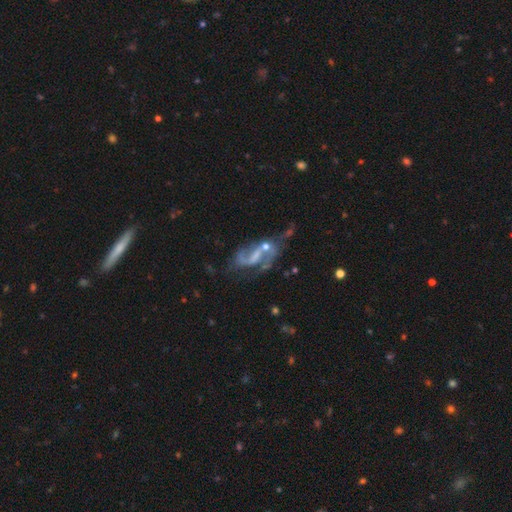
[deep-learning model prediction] smooth-or-featured: featured or disk: 77% | smooth: 12% | star or artifact: 10%
  disk-edge-on: no: 95% | yes: 5%
    bar: weak: 43% | no: 33% | strong: 24%
    has-spiral-arms: yes: 81% | no: 19%
      spiral-winding: loose: 54% | medium: 35% | tight: 11%
      spiral-arm-count: 2: 71% | 1: 14% | can't tell: 10% | 3: 2% | 4: 1% | more than 4: 1%
    bulge-size: none: 36% (tied) | small: 36% (tied) | moderate: 23% | large: 4% | dominant: 1%
  merging: none: 31% | major disturbance: 28% | merger: 26% | minor disturbance: 16%